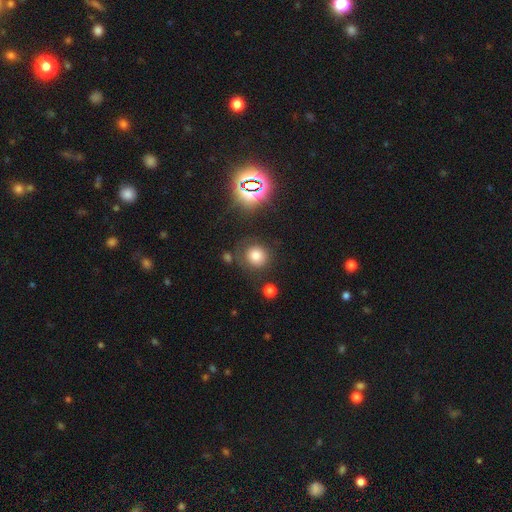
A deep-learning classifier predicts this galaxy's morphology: This is likely a smooth galaxy (73%). How rounded: clearly round (87%). Merging: likely none (77%).